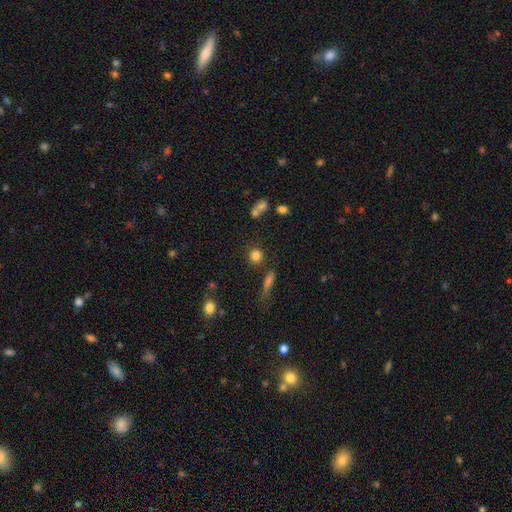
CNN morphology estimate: Smooth or featured: smooth — 82% (star or artifact — 12%)
How rounded: round — 86% (in between — 11%)
Merging: none — 78% (minor disturbance — 9%)